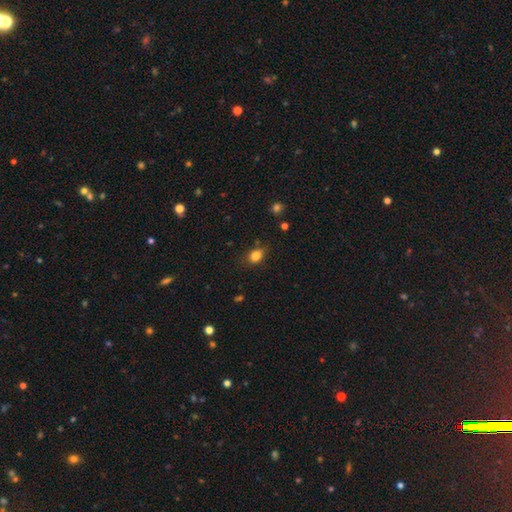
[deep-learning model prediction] smooth 84%, star or artifact 11%, featured or disk 5%. Down the decision tree: how rounded — in between (55%); merging — none (73%).